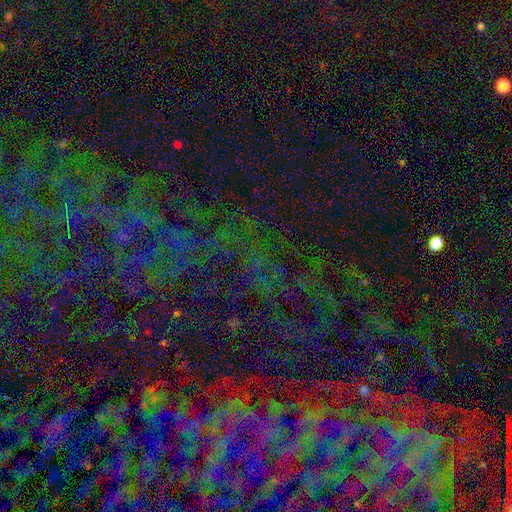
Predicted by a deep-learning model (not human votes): A star or artifact, not a galaxy (79%).